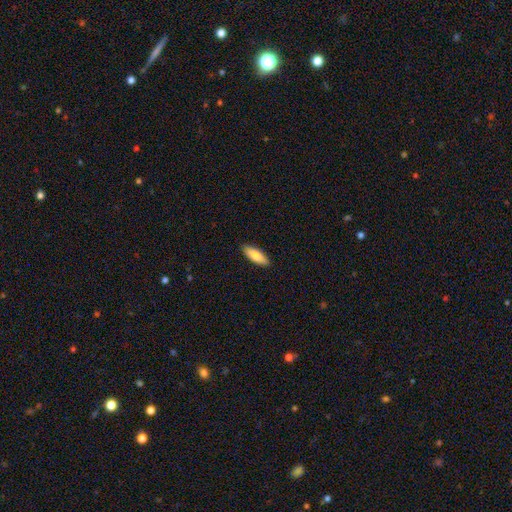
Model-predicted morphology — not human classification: Smooth or featured? Predicted: smooth (p=0.84). How rounded? Predicted: in between (p=0.61). Merging? Predicted: none (p=0.89).